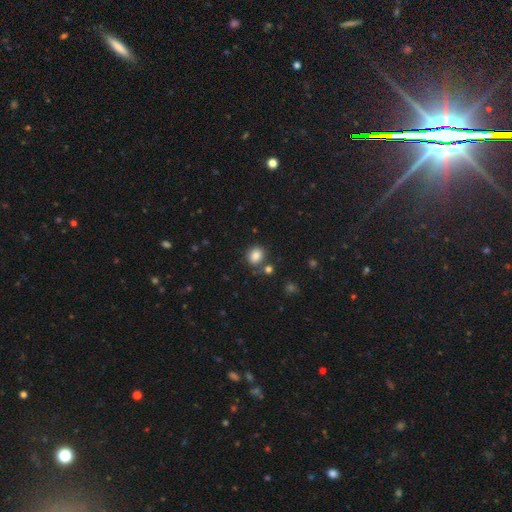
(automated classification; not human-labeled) smooth-or-featured: smooth: 85% | star or artifact: 10% | featured or disk: 5%
  how-rounded: round: 62% | in between: 37% | cigar-shaped: 1%
  merging: none: 76% | minor disturbance: 11% | merger: 10% | major disturbance: 3%